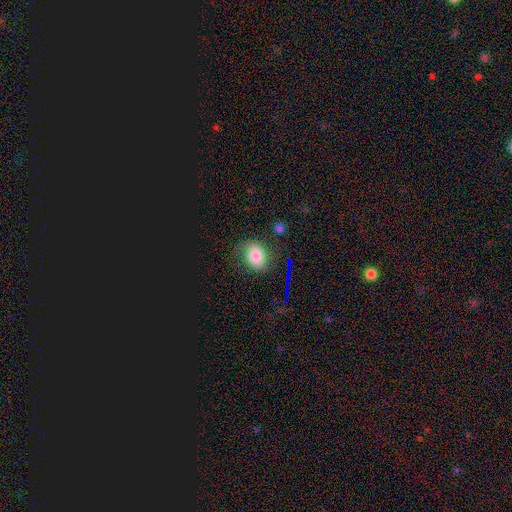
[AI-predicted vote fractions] Q: Smooth or featured?
A: smooth (69%); runner-up: featured or disk (18%)
Q: How rounded?
A: round (50%); runner-up: in between (49%)
Q: Merging?
A: none (66%); runner-up: minor disturbance (22%)